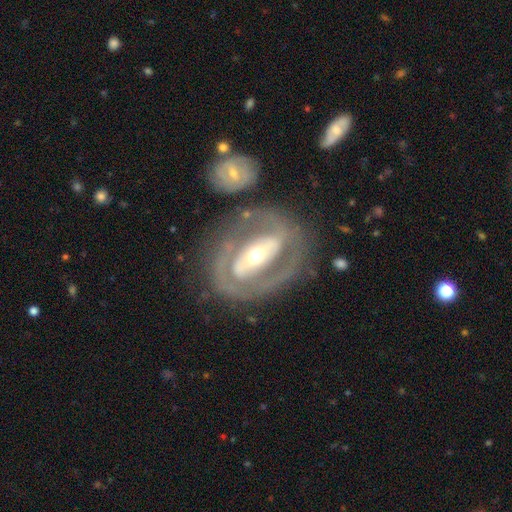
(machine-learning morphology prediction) type=featured or disk (79%); edge-on=no (94%); bar=strong (49%); spiral arms=yes (54%); bulge=moderate (63%); merging=none (69%).